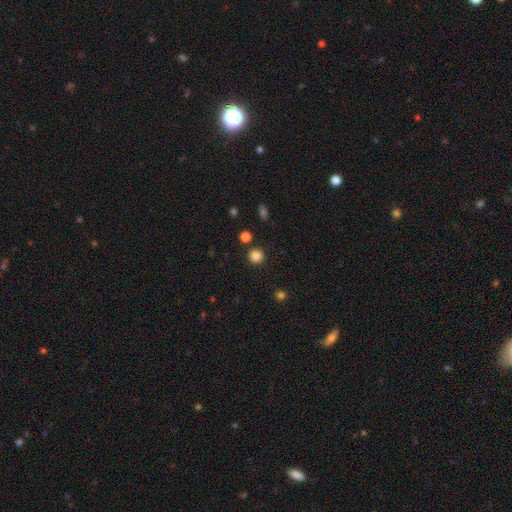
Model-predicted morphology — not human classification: Smooth or featured? smooth (84%)
How rounded? round (94%)
Merging? none (89%)